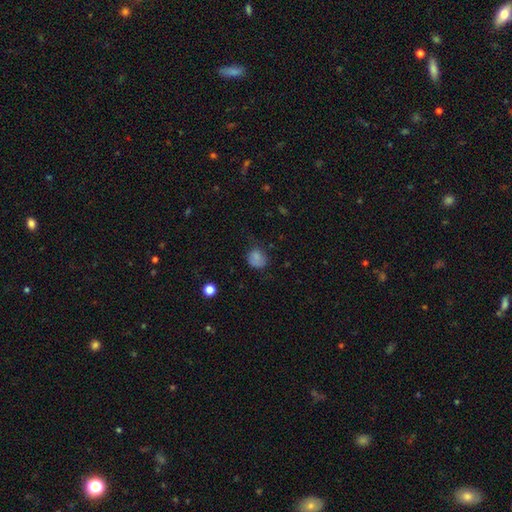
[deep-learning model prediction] smooth_or_featured: smooth (p=0.69) [alt: star or artifact p=0.17]
how_rounded: round (p=0.66) [alt: in between p=0.32]
merging: none (p=0.56) [alt: minor disturbance p=0.28]